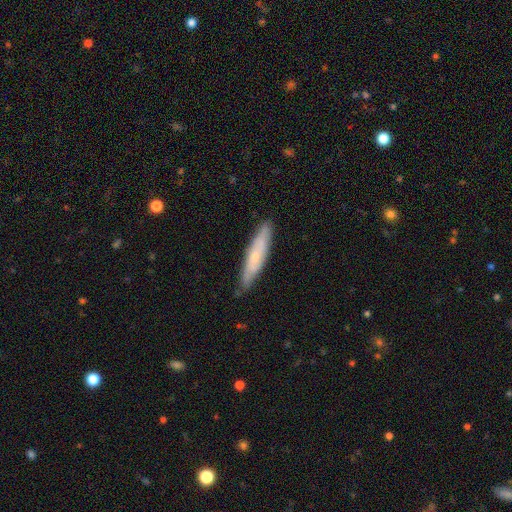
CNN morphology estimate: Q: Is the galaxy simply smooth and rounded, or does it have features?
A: smooth — 49%.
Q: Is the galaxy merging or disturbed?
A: none — 81%.